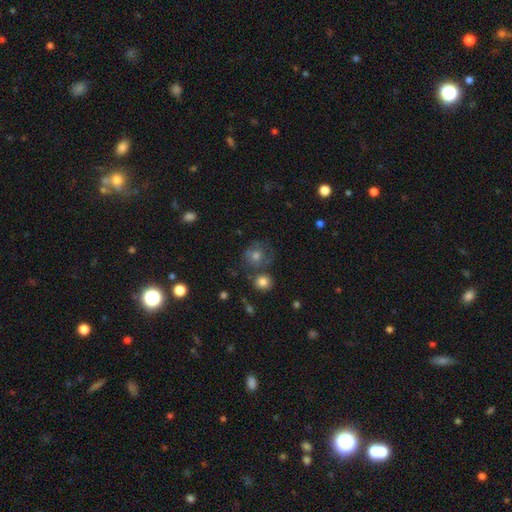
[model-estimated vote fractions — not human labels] Smooth or featured? Predicted: smooth (p=0.50). Merging? Predicted: none (p=0.62).